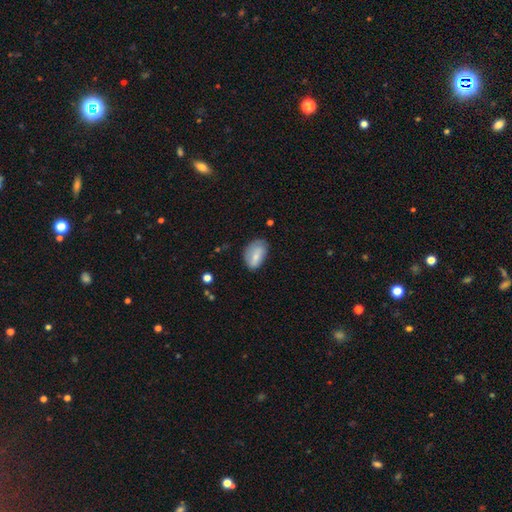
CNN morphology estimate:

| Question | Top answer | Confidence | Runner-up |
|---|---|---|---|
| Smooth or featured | smooth | 74% | featured or disk (19%) |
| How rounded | in between | 91% | round (7%) |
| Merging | none | 59% | minor disturbance (31%) |